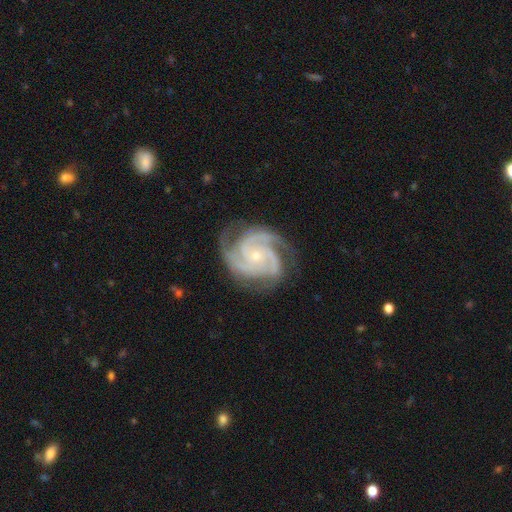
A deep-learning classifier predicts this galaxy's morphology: A featured or disk galaxy (93%) with no bar (74%), 3 (69%) tight (60%) spiral arms (99%) and a small central bulge (73%). Merging: none (77%).